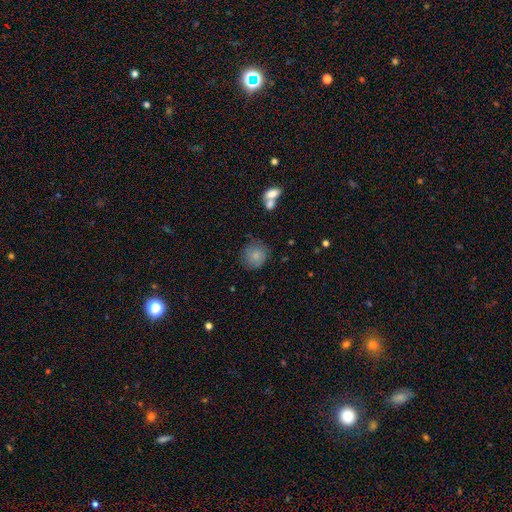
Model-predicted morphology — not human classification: type=smooth (80%); roundness=round (86%); merging=none (72%).